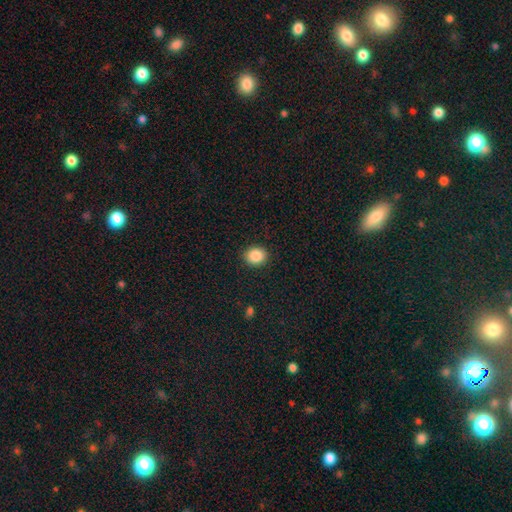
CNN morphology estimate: Smooth or featured: smooth — 87% (star or artifact — 9%)
How rounded: round — 71% (in between — 28%)
Merging: none — 90% (minor disturbance — 6%)